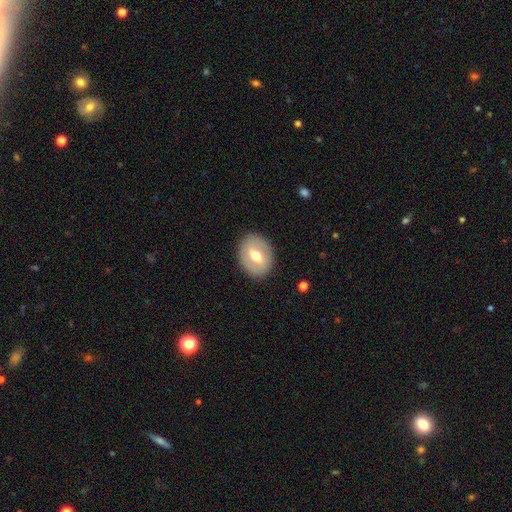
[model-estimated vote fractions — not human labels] Smooth or featured? smooth (51%)
How rounded? in between (53%)
Merging? none (86%)